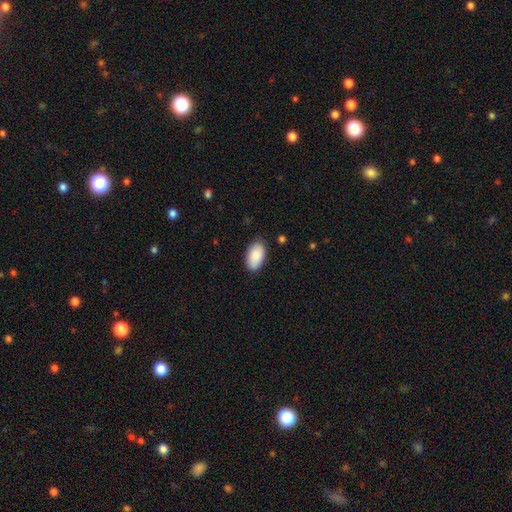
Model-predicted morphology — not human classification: Smooth or featured? smooth (88%)
How rounded? in between (95%)
Merging? none (83%)